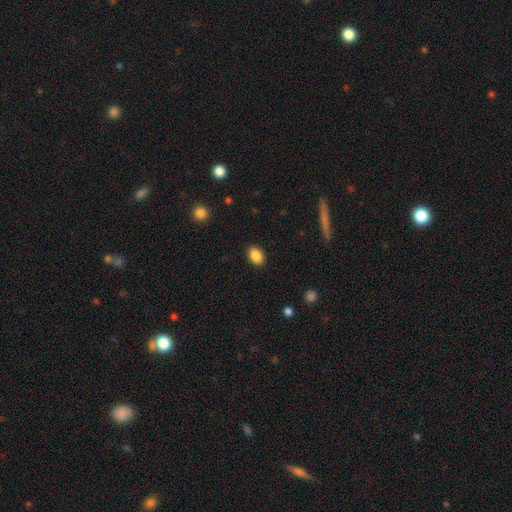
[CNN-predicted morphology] smooth 87%, star or artifact 8%, featured or disk 5%. Down the decision tree: how rounded — in between (83%); merging — none (89%).